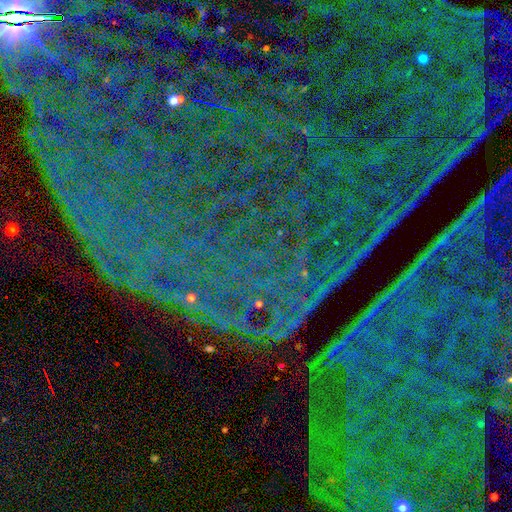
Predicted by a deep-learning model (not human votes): smooth_or_featured: star or artifact (p=0.87) [alt: featured or disk p=0.07]